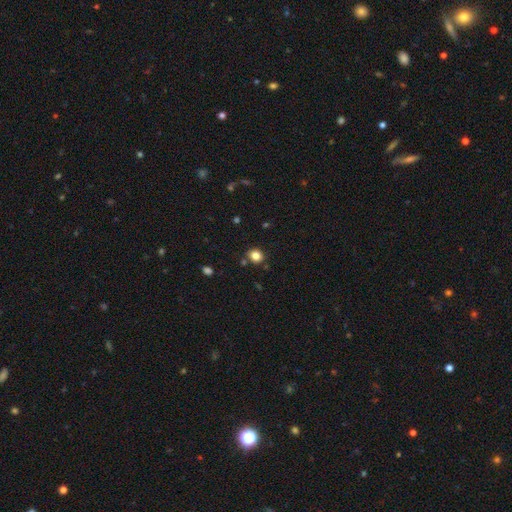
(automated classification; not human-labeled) A smooth galaxy with no disk features (83%) that is round (77%). Merging: none (83%).